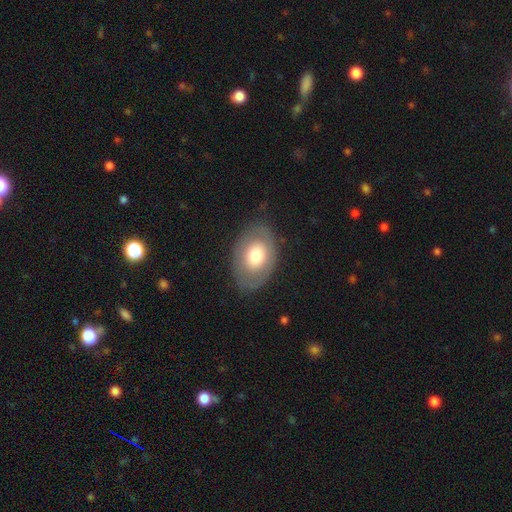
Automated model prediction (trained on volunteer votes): Morphology: type=smooth (62%); roundness=in between (83%); merging=none (80%).